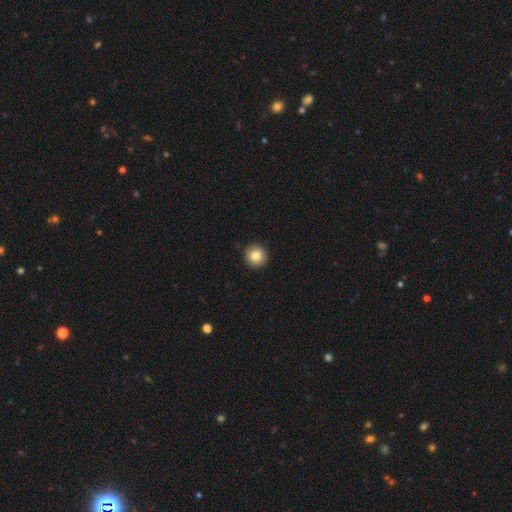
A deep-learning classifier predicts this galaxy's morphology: Smooth or featured?
  - smooth: 83% *
  - star or artifact: 9%
  - featured or disk: 7%
How rounded?
  - round: 96% *
  - in between: 3%
  - cigar-shaped: 1%
Merging?
  - none: 93% *
  - minor disturbance: 4%
  - major disturbance: 1%
  - merger: 1%